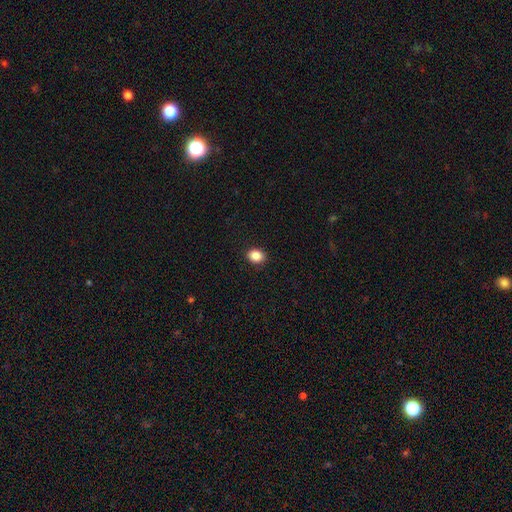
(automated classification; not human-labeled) This is clearly a smooth galaxy (88%). How rounded: possibly in between (52%). Merging: clearly none (90%).